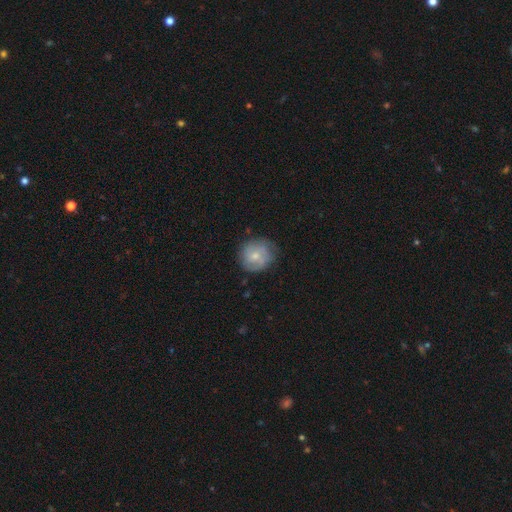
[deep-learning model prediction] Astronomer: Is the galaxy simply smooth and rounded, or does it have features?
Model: smooth — 55% (runner-up: featured or disk, 38%).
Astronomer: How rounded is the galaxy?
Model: round — 84%.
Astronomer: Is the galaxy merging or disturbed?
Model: none — 66%.